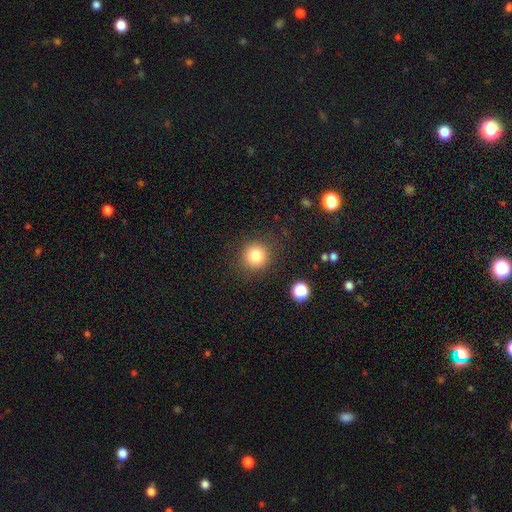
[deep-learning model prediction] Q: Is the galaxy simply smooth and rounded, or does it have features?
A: smooth — 81%.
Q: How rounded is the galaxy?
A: round — 92%.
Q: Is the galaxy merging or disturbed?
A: none — 87%.